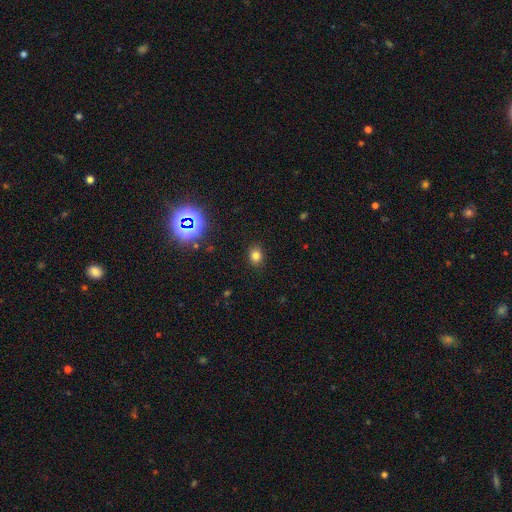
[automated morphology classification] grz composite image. It shows a smooth galaxy with no disk features (77%) that is round (52%). Merging: none (88%).